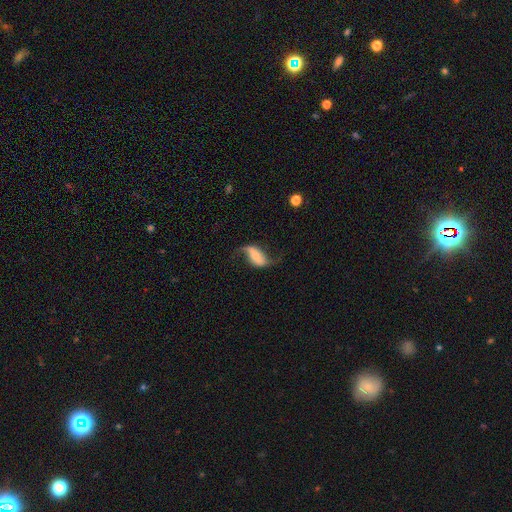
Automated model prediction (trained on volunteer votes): Overall: featured or disk (70%). Edge-on disk: no (93%). Bar: strong (34%, tied with no). Spiral arms: yes (91%). Spiral arm count: 2 (89%). Spiral winding: loose (86%). Bulge size: small (41%; moderate 23%). Merging: none (59%; minor disturbance 21%).